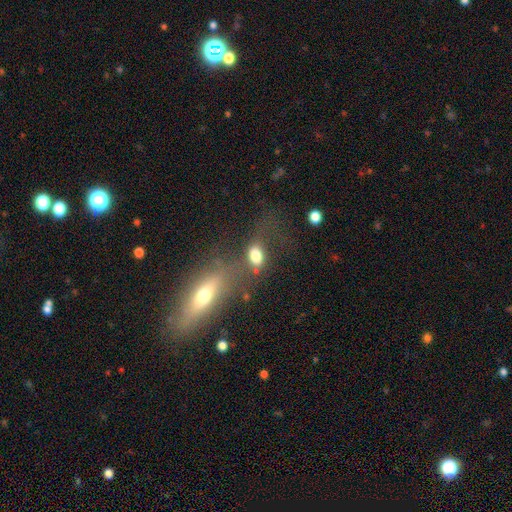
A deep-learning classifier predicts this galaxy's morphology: smooth 75%, featured or disk 14%, star or artifact 12%. Down the decision tree: how rounded — in between (81%); merging — none (40%).